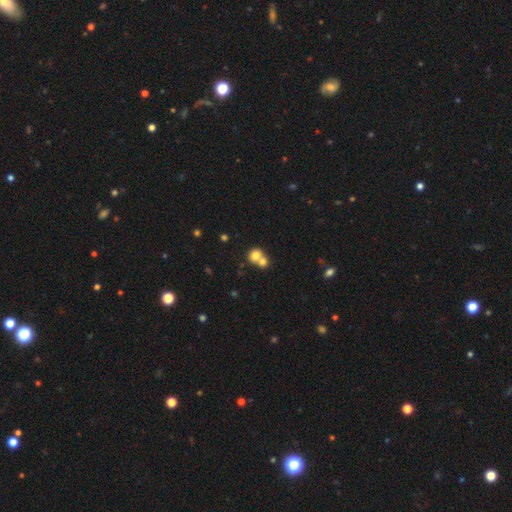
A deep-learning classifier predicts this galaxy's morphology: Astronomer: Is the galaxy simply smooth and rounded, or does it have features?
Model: smooth — 75%.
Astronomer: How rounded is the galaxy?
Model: round — 76%.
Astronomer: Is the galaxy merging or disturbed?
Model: merger — 61%.